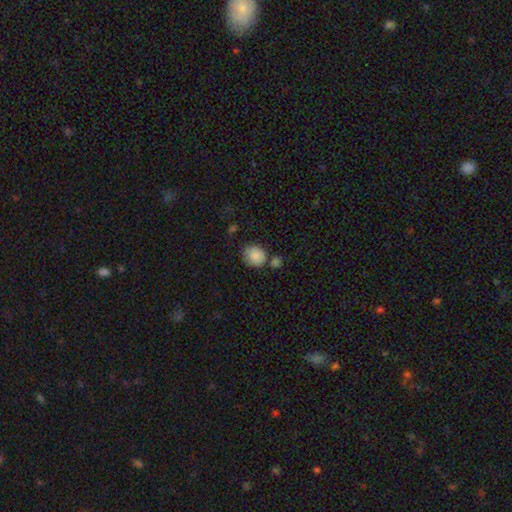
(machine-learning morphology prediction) type=smooth (86%); roundness=round (74%); merging=none (66%).